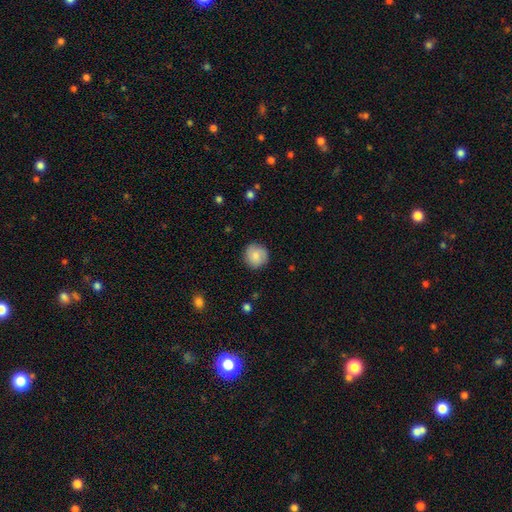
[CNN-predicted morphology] smooth-or-featured: smooth: 78% | featured or disk: 15% | star or artifact: 7%
  how-rounded: round: 93% | in between: 6% | cigar-shaped: 1%
  merging: none: 86% | minor disturbance: 10% | major disturbance: 2% | merger: 1%